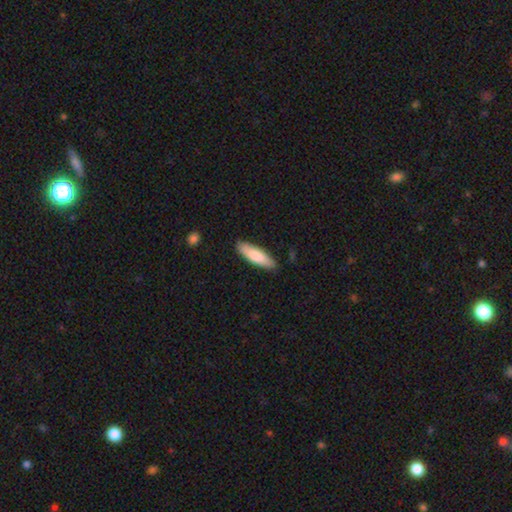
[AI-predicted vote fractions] Smooth or featured: smooth — 81% (featured or disk — 14%)
How rounded: cigar-shaped — 60% (in between — 39%)
Merging: none — 87% (minor disturbance — 10%)